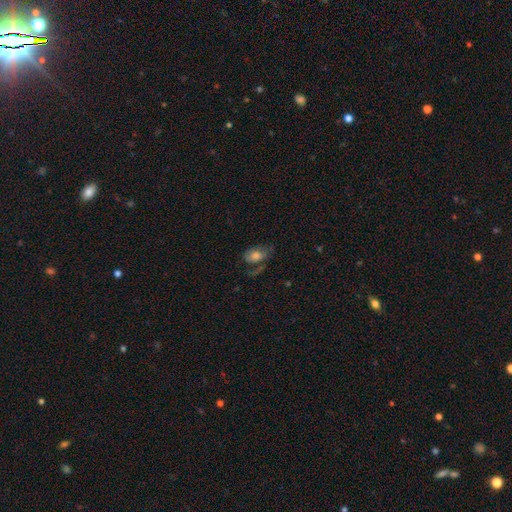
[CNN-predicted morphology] smooth_or_featured: smooth (p=0.60) [alt: featured or disk p=0.30]
how_rounded: in between (p=0.85) [alt: round p=0.13]
merging: none (p=0.45) [alt: major disturbance p=0.27]